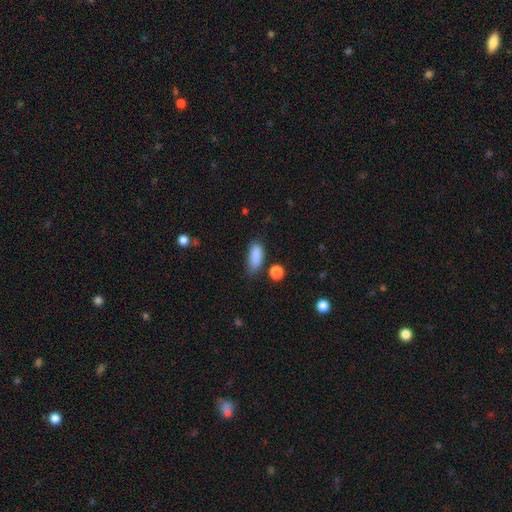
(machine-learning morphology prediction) Smooth or featured? smooth (87%)
How rounded? in between (80%)
Merging? none (62%)